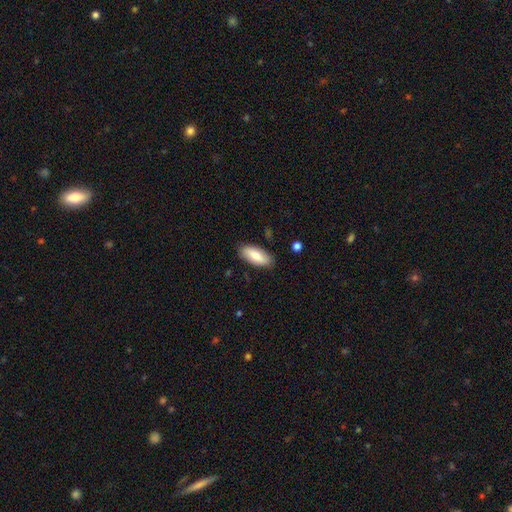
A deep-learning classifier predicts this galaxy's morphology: Smooth or featured?
  - smooth: 81% *
  - featured or disk: 13%
  - star or artifact: 6%
How rounded?
  - in between: 86% *
  - cigar-shaped: 12%
  - round: 2%
Merging?
  - none: 86% *
  - minor disturbance: 11%
  - major disturbance: 2%
  - merger: 1%